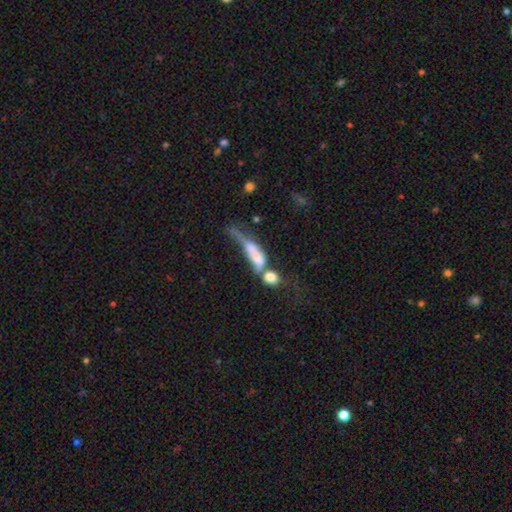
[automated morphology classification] This is marginally a smooth galaxy (45%). Merging: possibly merger (46%).